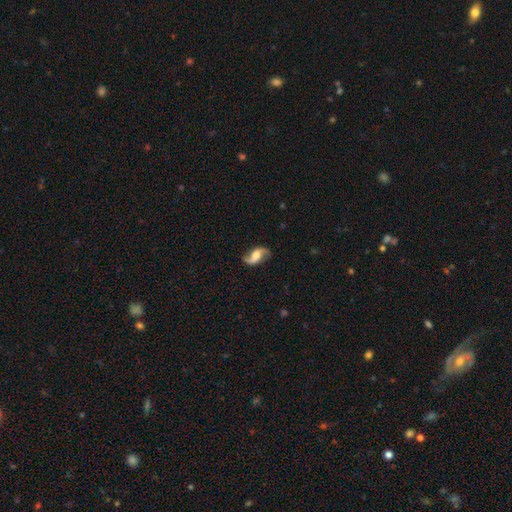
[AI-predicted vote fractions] Overall: featured or disk (81%). Edge-on disk: no (96%). Bar: no (46%; weak 40%). Spiral arms: yes (96%). Spiral arm count: 2 (93%). Spiral winding: loose (72%). Bulge size: moderate (34%; large 31%). Merging: none (80%).